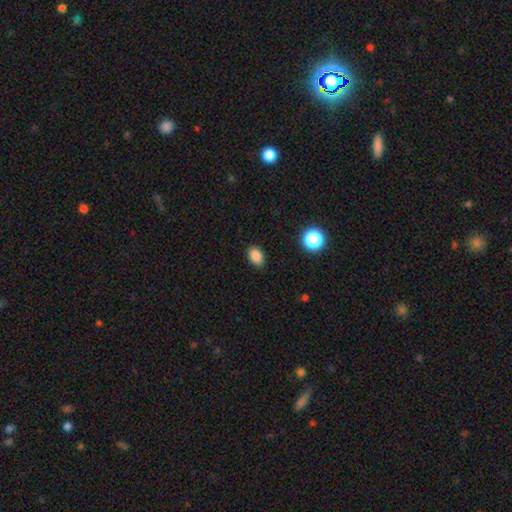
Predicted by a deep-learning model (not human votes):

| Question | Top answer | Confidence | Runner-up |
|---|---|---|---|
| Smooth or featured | smooth | 85% | star or artifact (11%) |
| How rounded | in between | 81% | round (17%) |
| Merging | none | 87% | minor disturbance (10%) |